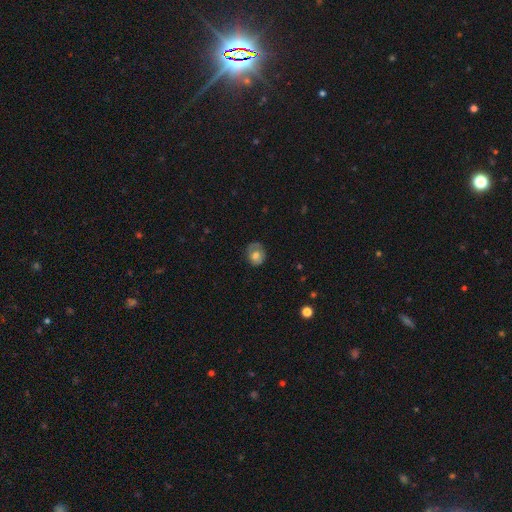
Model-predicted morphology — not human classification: Overall: smooth (62%; featured or disk 29%). How rounded: round (63%; in between 36%). Merging: none (61%; minor disturbance 25%).